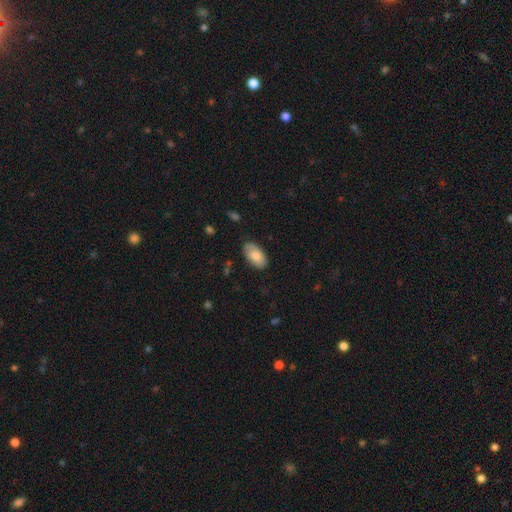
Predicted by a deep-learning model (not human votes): This is likely a smooth galaxy (78%). How rounded: clearly in between (95%). Merging: likely none (77%).